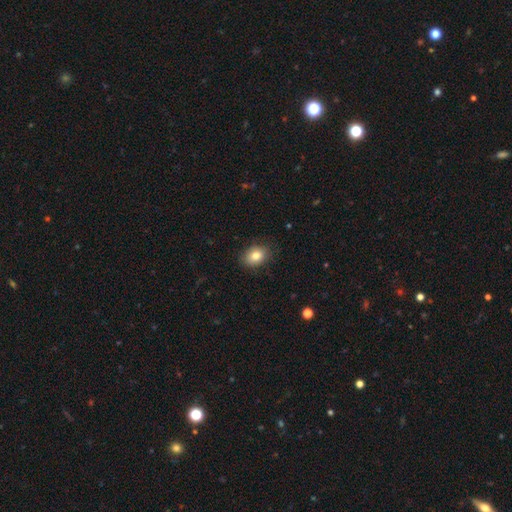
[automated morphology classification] The model was most divided on "how rounded": in between: 63%, round: 36%, cigar-shaped: 1%. More confident: merging — none (86%); smooth or featured — smooth (83%).